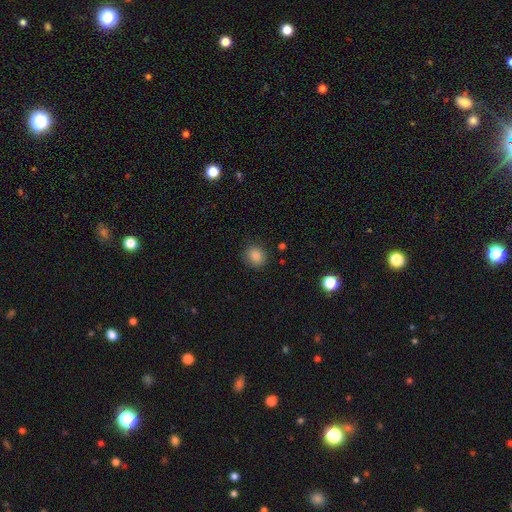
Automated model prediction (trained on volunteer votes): smooth-or-featured: smooth: 85% | star or artifact: 10% | featured or disk: 4%
  how-rounded: round: 83% | in between: 16% | cigar-shaped: 1%
  merging: none: 85% | minor disturbance: 10% | major disturbance: 3% | merger: 1%